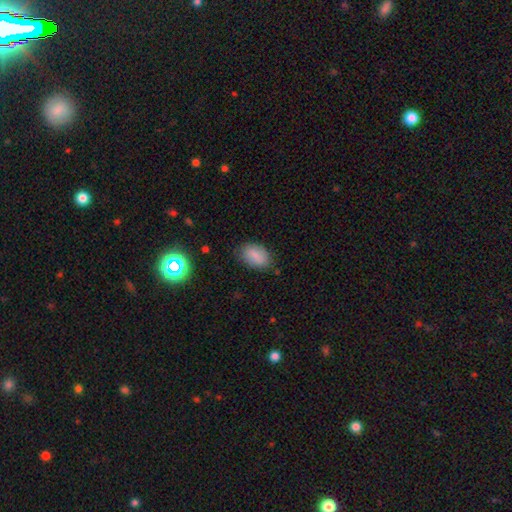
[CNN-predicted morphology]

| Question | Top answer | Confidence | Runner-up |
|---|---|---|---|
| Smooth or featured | smooth | 84% | star or artifact (9%) |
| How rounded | in between | 91% | round (7%) |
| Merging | none | 79% | minor disturbance (16%) |